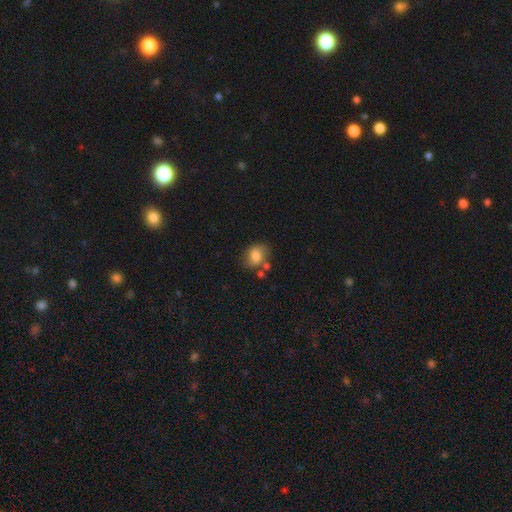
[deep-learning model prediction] smooth 74%, featured or disk 17%, star or artifact 9%. Down the decision tree: how rounded — in between (51%); merging — none (55%).